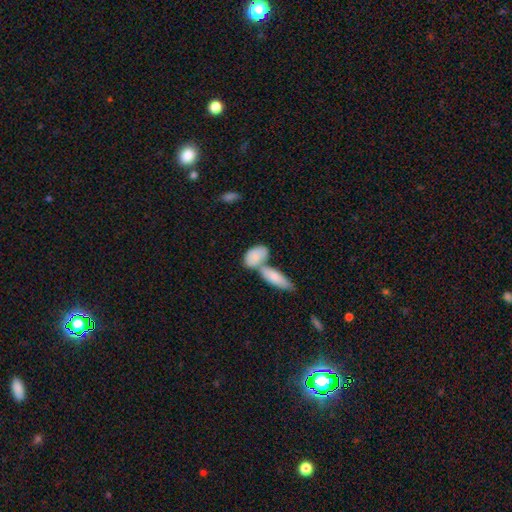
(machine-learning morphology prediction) A smooth galaxy with no disk features (80%) that is in between round and cigar-shaped (87%).

Vote fractions:
- Smooth or featured? smooth: 80% / featured or disk: 15% / star or artifact: 5%
- How rounded? in between: 87% / cigar-shaped: 8% / round: 4%
- Merging? merger: 51% / none: 33% / minor disturbance: 12% / major disturbance: 4%